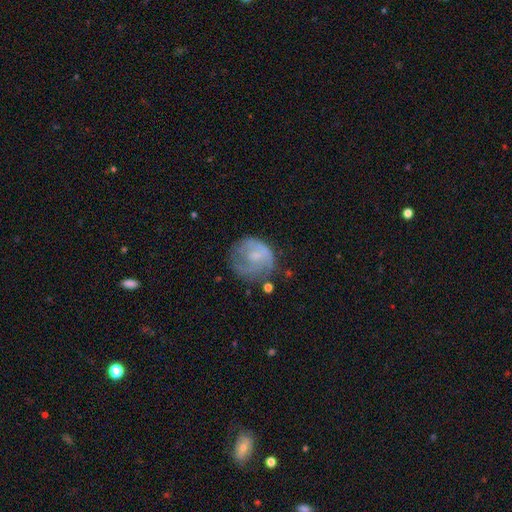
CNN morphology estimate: Smooth or featured? featured or disk (58%)
Edge-on disk? no (98%)
Bar? no (57%)
Spiral arms? yes (68%)
Bulge size? small (46%)
Merging? none (52%)